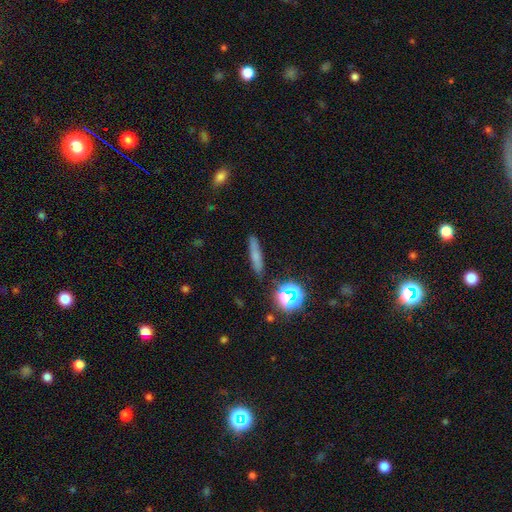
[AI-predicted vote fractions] The model was most divided on "smooth or featured": smooth: 69%, featured or disk: 16%, star or artifact: 15%. More confident: merging — none (86%); how rounded — cigar-shaped (82%).